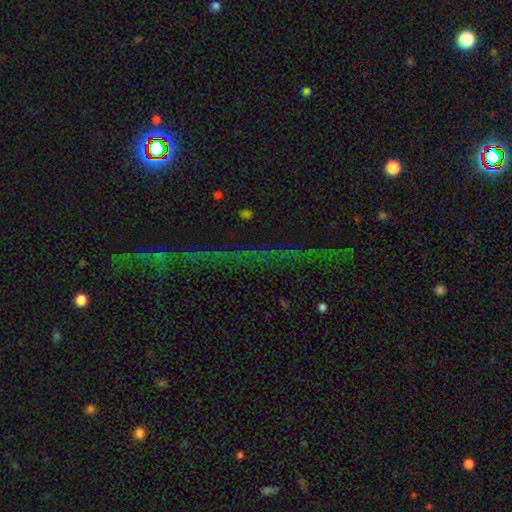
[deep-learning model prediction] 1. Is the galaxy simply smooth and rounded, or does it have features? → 77% star or artifact, 12% featured or disk, 11% smooth.